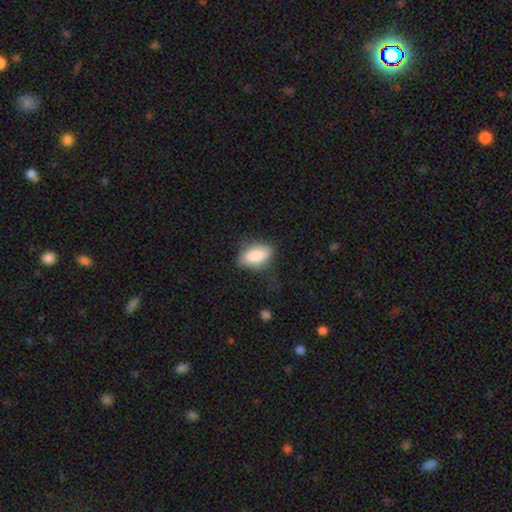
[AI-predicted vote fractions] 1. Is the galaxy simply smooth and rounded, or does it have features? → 84% smooth, 9% featured or disk, 6% star or artifact.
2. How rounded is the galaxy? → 90% in between, 6% cigar-shaped, 4% round.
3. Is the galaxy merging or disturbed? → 62% none, 27% minor disturbance, 9% major disturbance, 2% merger.